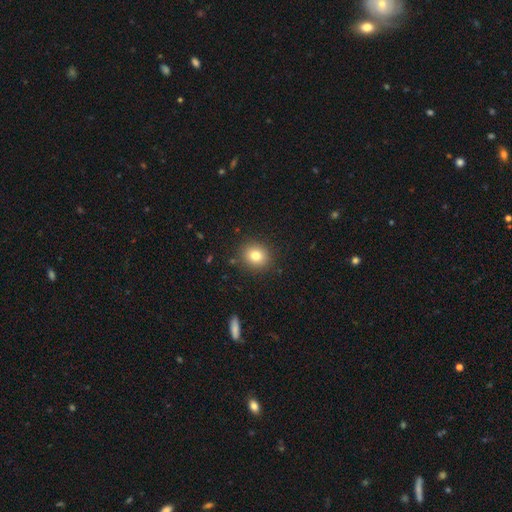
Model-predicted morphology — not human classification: Q: Smooth or featured?
A: smooth (80%); runner-up: star or artifact (11%)
Q: How rounded?
A: round (75%); runner-up: in between (24%)
Q: Merging?
A: none (89%); runner-up: minor disturbance (7%)